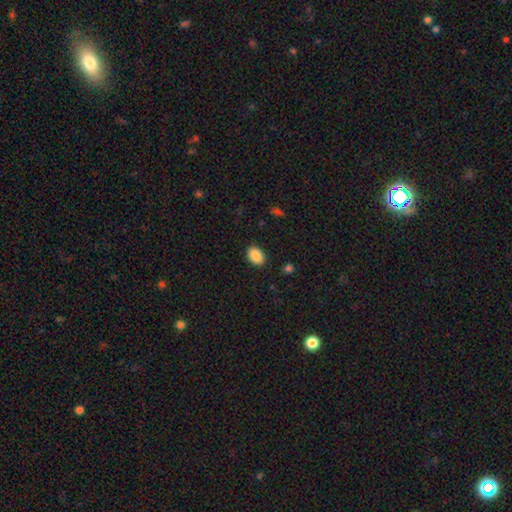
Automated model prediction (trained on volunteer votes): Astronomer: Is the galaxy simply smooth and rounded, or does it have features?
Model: smooth — 88%.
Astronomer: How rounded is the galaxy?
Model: in between — 79%.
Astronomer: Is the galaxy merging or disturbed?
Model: none — 88%.